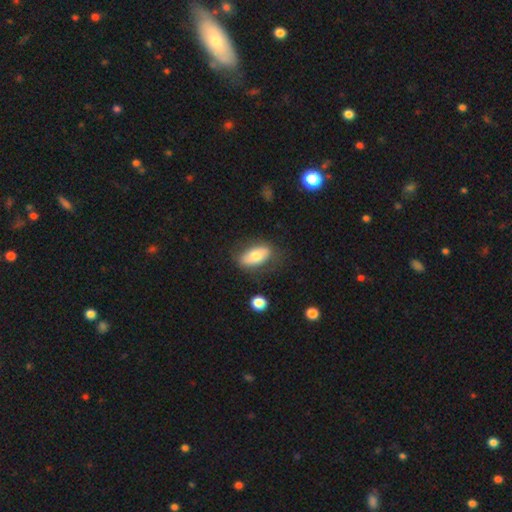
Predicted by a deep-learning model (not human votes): Smooth or featured: smooth — 67% (featured or disk — 27%)
How rounded: in between — 89% (cigar-shaped — 6%)
Merging: none — 73% (minor disturbance — 17%)